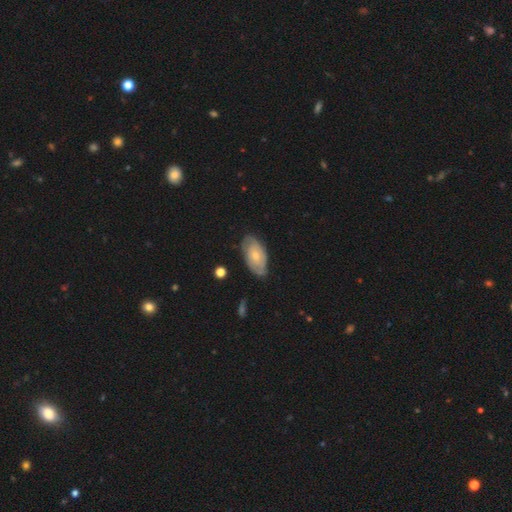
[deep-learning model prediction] This is possibly a featured or disk galaxy (48%). Merging: likely none (69%).